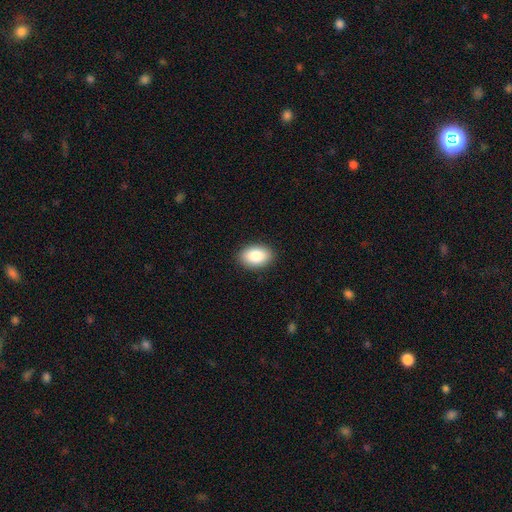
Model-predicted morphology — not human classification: Smooth or featured? Predicted: smooth (p=0.87). How rounded? Predicted: in between (p=0.88). Merging? Predicted: none (p=0.90).